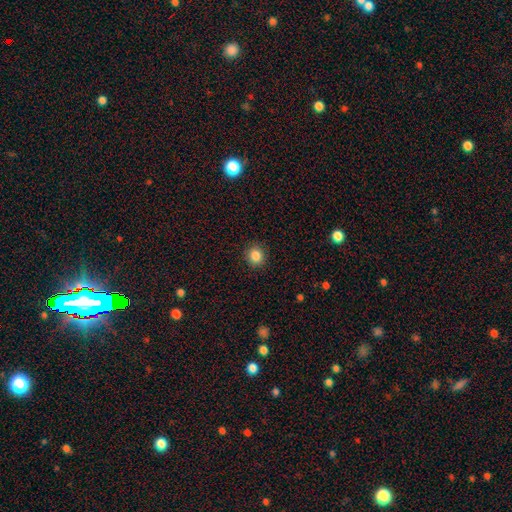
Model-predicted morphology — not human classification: This is clearly a smooth galaxy (85%). How rounded: clearly round (82%). Merging: clearly none (91%).